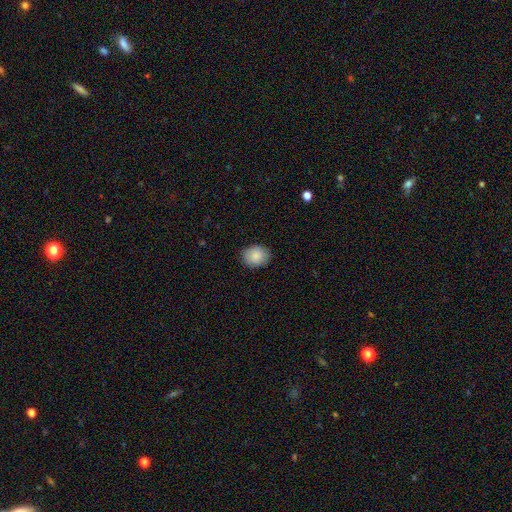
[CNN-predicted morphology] This appears to be a smooth galaxy with no disk features (87%) that is round (52%). Merging: none (87%).